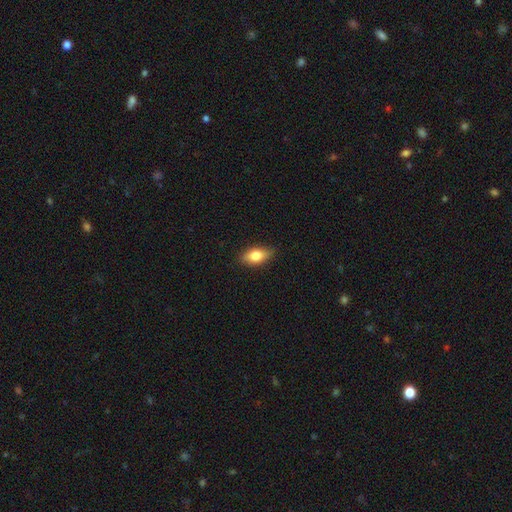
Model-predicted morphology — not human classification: Smooth or featured?
  - smooth: 77% *
  - featured or disk: 16%
  - star or artifact: 7%
How rounded?
  - in between: 85% *
  - cigar-shaped: 8%
  - round: 7%
Merging?
  - none: 85% *
  - minor disturbance: 12%
  - major disturbance: 2%
  - merger: 1%